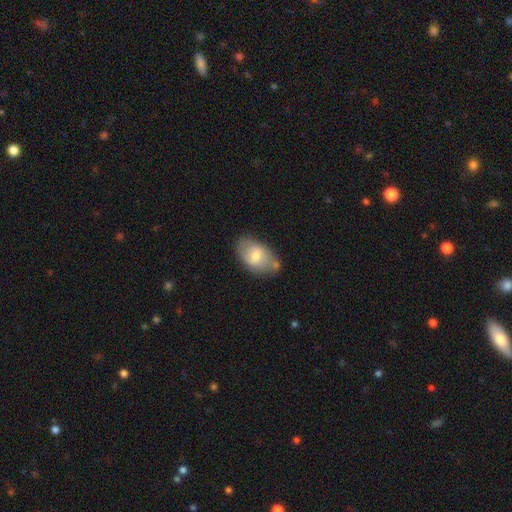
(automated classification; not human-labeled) Q: Smooth or featured?
A: smooth (64%); runner-up: featured or disk (30%)
Q: How rounded?
A: in between (91%); runner-up: round (8%)
Q: Merging?
A: none (61%); runner-up: minor disturbance (24%)